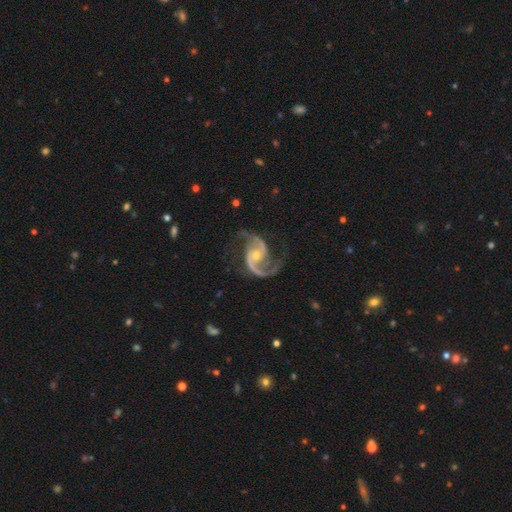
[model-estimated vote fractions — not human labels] smooth_or_featured: featured or disk (p=0.94) [alt: star or artifact p=0.04]
disk_edge_on: no (p=0.98) [alt: yes p=0.02]
bar: no (p=0.58) [alt: weak p=0.31]
has_spiral_arms: yes (p=0.98) [alt: no p=0.02]
spiral_winding: medium (p=0.55) [alt: loose p=0.35]
spiral_arm_count: 2 (p=0.93) [alt: 3 p=0.02]
bulge_size: small (p=0.58) [alt: moderate p=0.38]
merging: none (p=0.73) [alt: minor disturbance p=0.16]